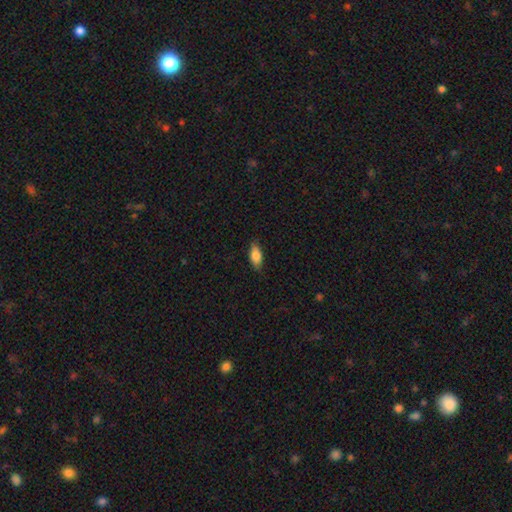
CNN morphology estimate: Smooth or featured? smooth (81%)
How rounded? in between (84%)
Merging? none (84%)